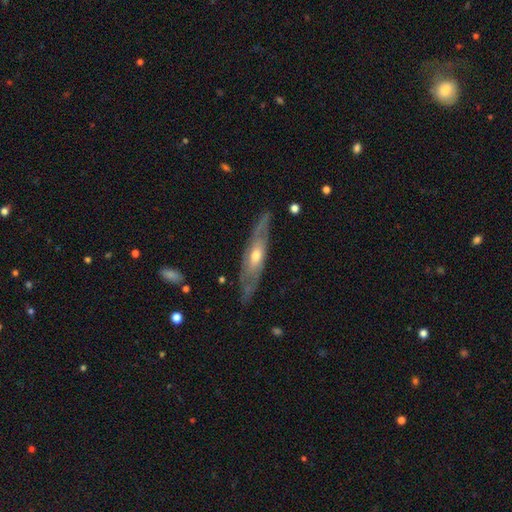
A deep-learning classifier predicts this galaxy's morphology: Smooth or featured: featured or disk — 65% (smooth — 29%)
Edge-on disk: yes — 52% (no — 48%)
Merging: none — 77% (minor disturbance — 17%)